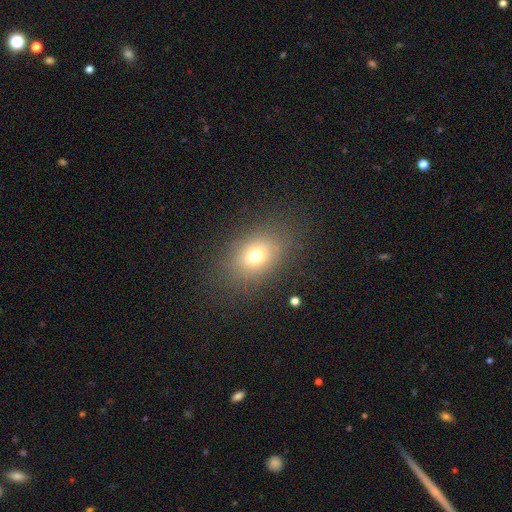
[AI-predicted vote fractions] Morphology: type=smooth (70%); roundness=in between (63%); merging=none (81%).